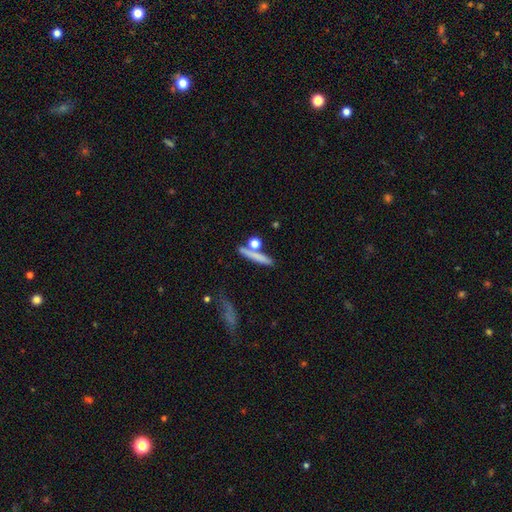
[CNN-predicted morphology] Smooth or featured? Predicted: smooth (p=0.69). How rounded? Predicted: cigar-shaped (p=0.71). Merging? Predicted: none (p=0.68).